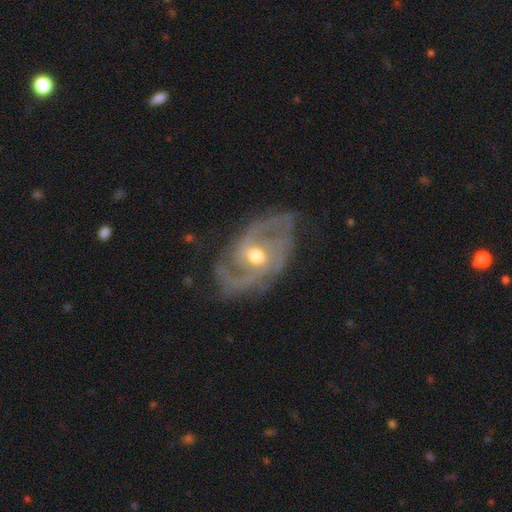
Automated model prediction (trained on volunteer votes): This is clearly a featured or disk galaxy (87%). It is clearly not viewed edge-on (96%). Bar: marginally no (43%). Spiral arm pattern: clearly yes (95%). Spiral arm count: possibly 2 (56%). Spiral winding: possibly medium (46%). Central bulge: likely moderate (66%). Merging: likely none (76%).